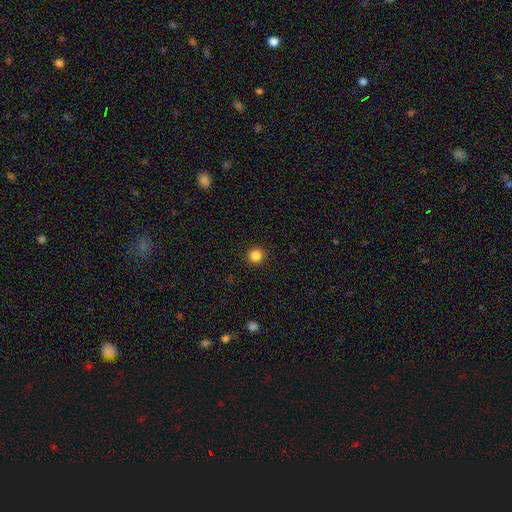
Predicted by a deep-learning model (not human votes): Overall: smooth (85%). How rounded: round (94%). Merging: none (92%).